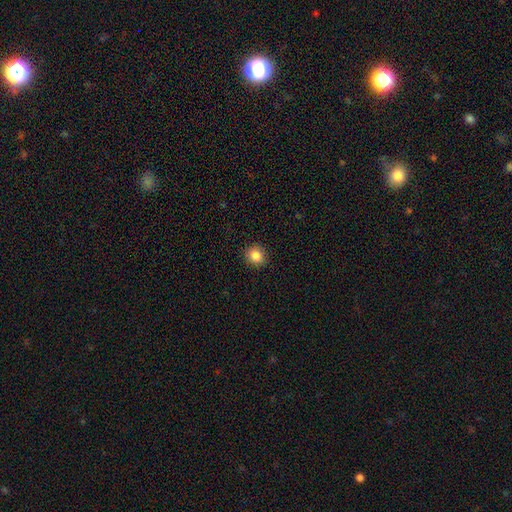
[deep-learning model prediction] This appears to be a smooth galaxy with no disk features (87%) that is round (77%). Merging: none (89%).